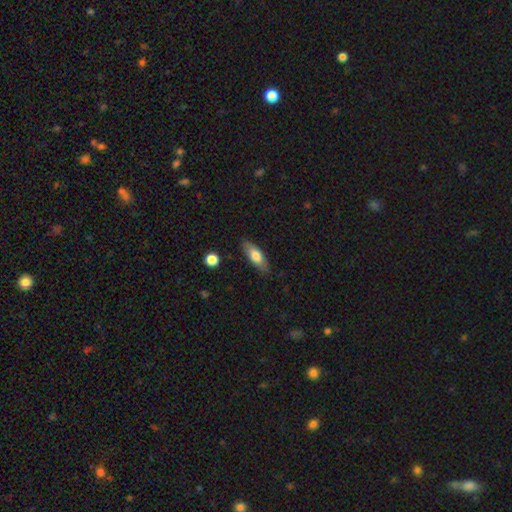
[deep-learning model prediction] This is likely a smooth galaxy (69%). How rounded: likely in between (68%). Merging: clearly none (84%).